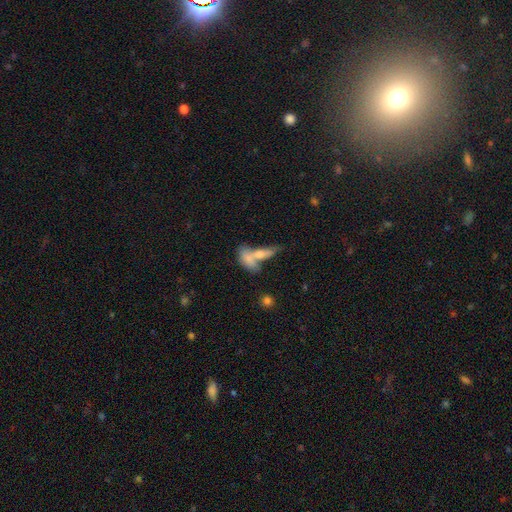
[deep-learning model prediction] Q: Smooth or featured?
A: smooth (63%); runner-up: featured or disk (26%)
Q: How rounded?
A: in between (61%); runner-up: cigar-shaped (32%)
Q: Merging?
A: merger (54%); runner-up: none (31%)